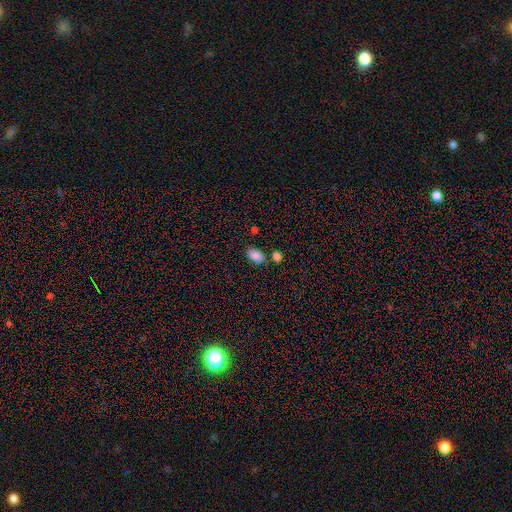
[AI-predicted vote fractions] Smooth or featured? Predicted: smooth (p=0.87). How rounded? Predicted: in between (p=0.91). Merging? Predicted: none (p=0.72).